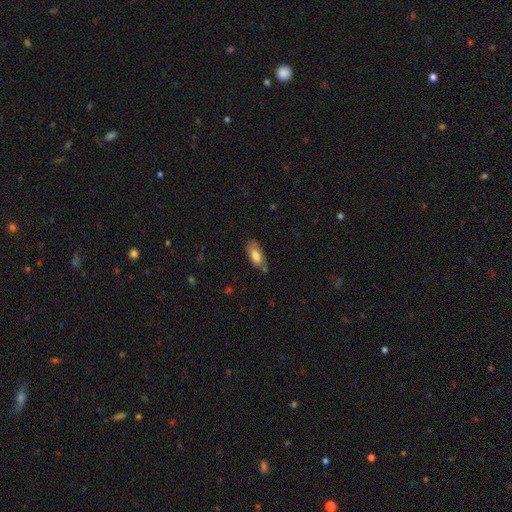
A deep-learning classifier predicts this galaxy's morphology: Overall: smooth (74%). How rounded: in between (85%). Merging: none (57%; minor disturbance 28%).